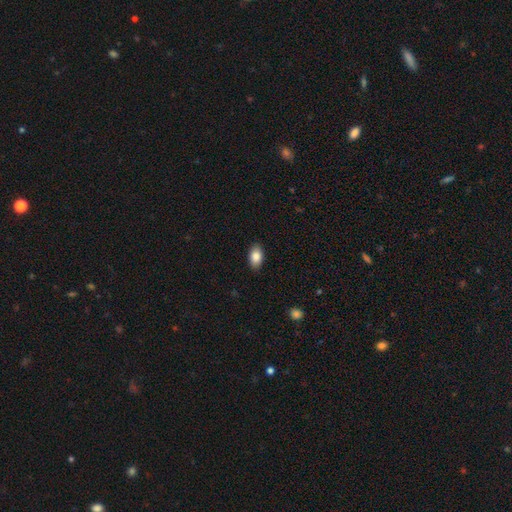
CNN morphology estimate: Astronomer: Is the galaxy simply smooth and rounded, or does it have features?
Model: smooth — 87%.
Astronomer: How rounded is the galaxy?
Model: in between — 92%.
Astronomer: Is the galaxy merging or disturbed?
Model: none — 88%.